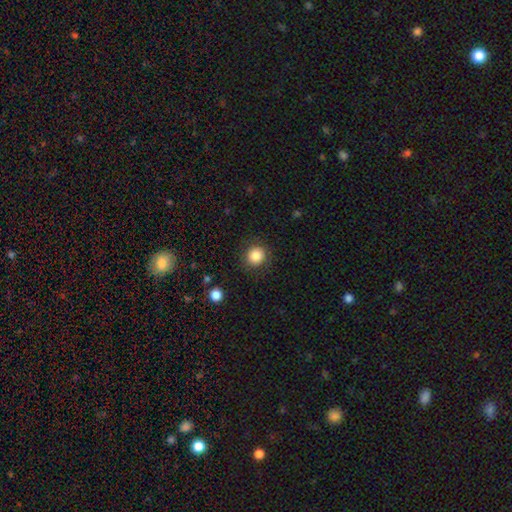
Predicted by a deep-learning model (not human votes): Overall: smooth (85%). How rounded: round (91%). Merging: none (88%).